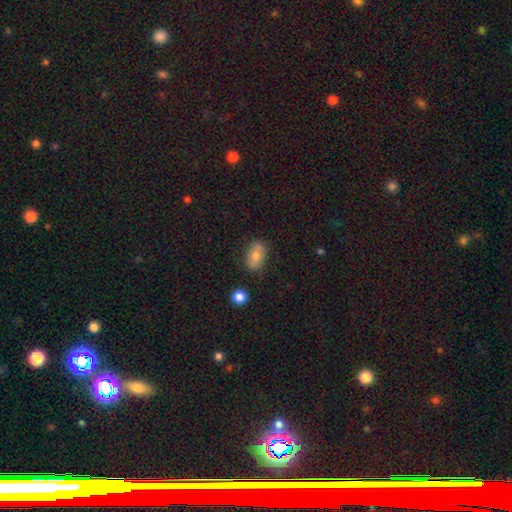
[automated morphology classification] smooth 72%, featured or disk 19%, star or artifact 9%. Down the decision tree: how rounded — in between (87%); merging — none (81%).